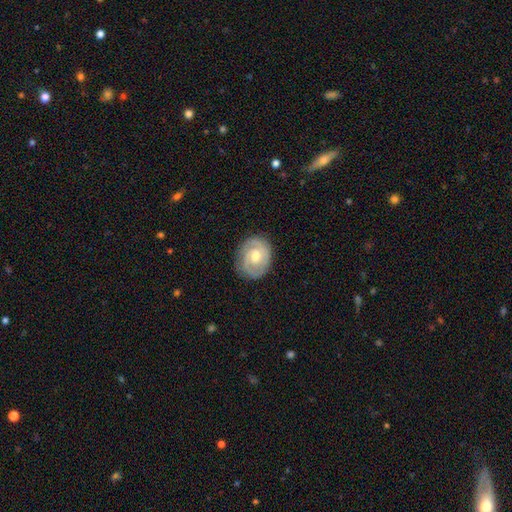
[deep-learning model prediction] This is likely a featured or disk galaxy (78%). It is clearly not viewed edge-on (97%). Bar: possibly no (47%). Spiral arm pattern: clearly yes (93%). Spiral arm count: likely 2 (70%). Spiral winding: likely tight (61%). Central bulge: likely moderate (65%). Merging: clearly none (82%).